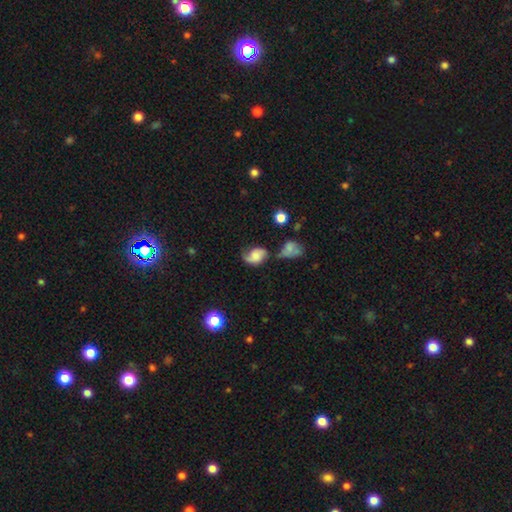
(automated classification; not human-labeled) Overall: featured or disk (56%; smooth 34%). Edge-on disk: no (97%). Bar: no (63%; weak 30%). Spiral arms: yes (89%). Bulge size: none (28%; moderate 27%). Merging: none (42%; minor disturbance 27%).